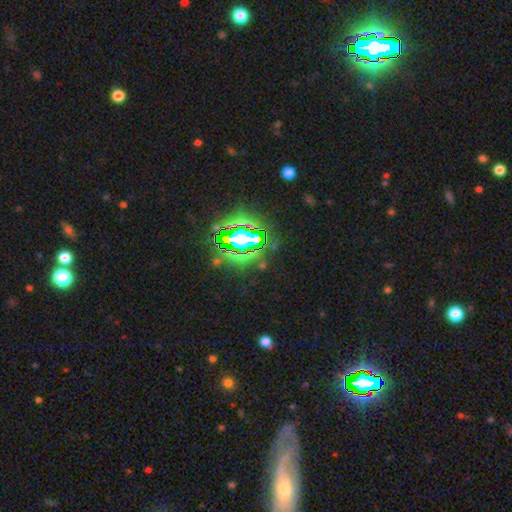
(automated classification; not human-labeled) Smooth or featured: star or artifact — 78% (smooth — 12%)